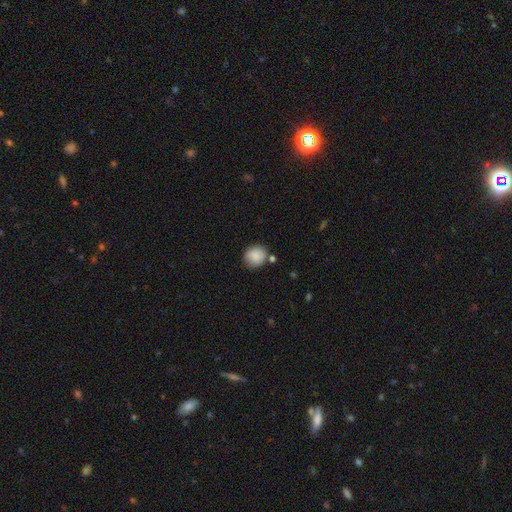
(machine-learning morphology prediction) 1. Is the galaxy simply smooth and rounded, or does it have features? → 88% smooth, 8% star or artifact, 4% featured or disk.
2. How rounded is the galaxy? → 79% round, 20% in between, 1% cigar-shaped.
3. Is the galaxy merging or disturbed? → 76% none, 14% minor disturbance, 7% merger, 3% major disturbance.